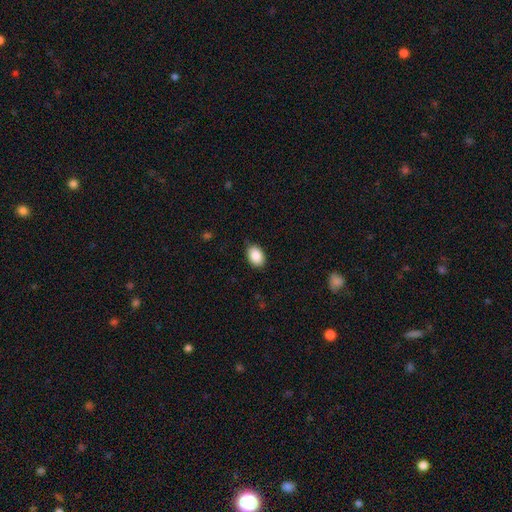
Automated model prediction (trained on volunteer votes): Smooth or featured? smooth (88%)
How rounded? in between (85%)
Merging? none (85%)